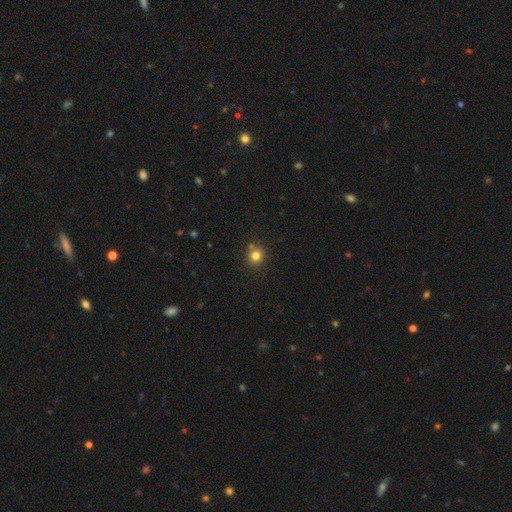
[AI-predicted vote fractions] Morphology: type=smooth (79%); roundness=round (88%); merging=none (76%).